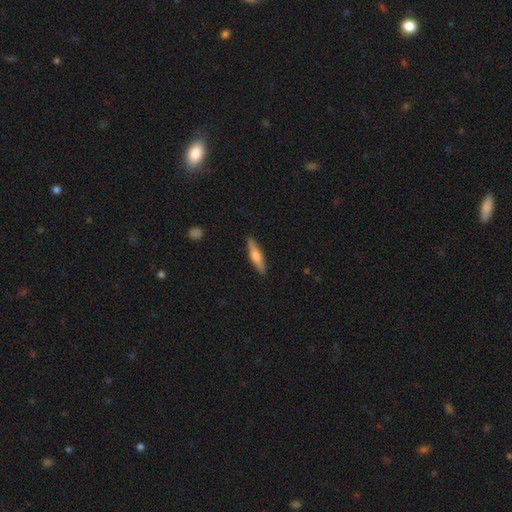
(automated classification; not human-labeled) Q: Smooth or featured?
A: smooth (51%); runner-up: featured or disk (44%)
Q: How rounded?
A: cigar-shaped (81%); runner-up: in between (17%)
Q: Merging?
A: none (90%); runner-up: minor disturbance (7%)